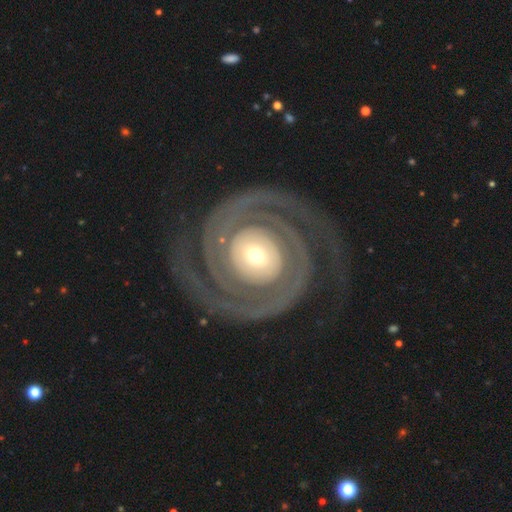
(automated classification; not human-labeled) smooth-or-featured: featured or disk: 92% | star or artifact: 4% | smooth: 4%
  disk-edge-on: no: 98% | yes: 2%
    bar: no: 71% | weak: 16% | strong: 13%
    has-spiral-arms: yes: 98% | no: 2%
      spiral-winding: tight: 82% | medium: 15% | loose: 3%
      spiral-arm-count: 2: 85% | 3: 4% | can't tell: 4% | 1: 2% | 4: 2% | more than 4: 2%
    bulge-size: moderate: 50% | small: 41% | large: 7% | dominant: 1% | none: 1%
  merging: none: 82% | minor disturbance: 10% | major disturbance: 6% | merger: 1%